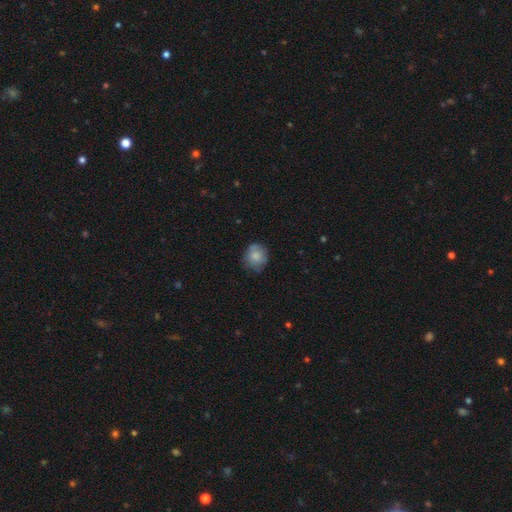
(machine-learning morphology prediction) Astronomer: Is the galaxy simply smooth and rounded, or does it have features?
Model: smooth — 76%.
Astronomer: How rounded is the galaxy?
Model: round — 78%.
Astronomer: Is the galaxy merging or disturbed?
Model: none — 70%.